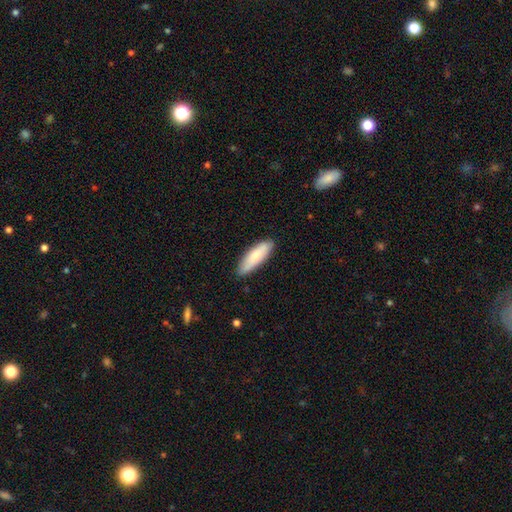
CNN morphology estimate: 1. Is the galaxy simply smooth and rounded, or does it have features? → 80% smooth, 15% featured or disk, 5% star or artifact.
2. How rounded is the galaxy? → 55% cigar-shaped, 44% in between, 2% round.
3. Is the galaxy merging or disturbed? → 86% none, 11% minor disturbance, 2% major disturbance, 1% merger.